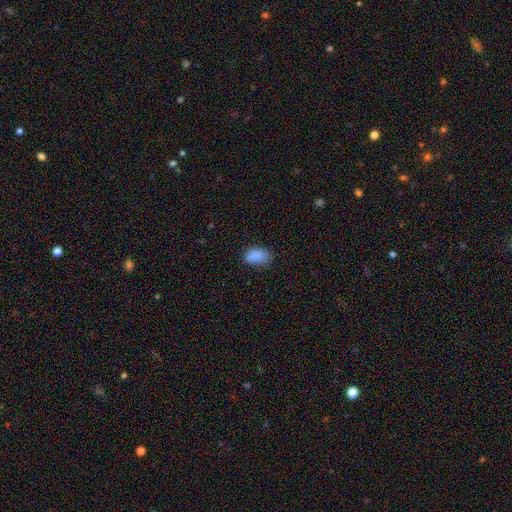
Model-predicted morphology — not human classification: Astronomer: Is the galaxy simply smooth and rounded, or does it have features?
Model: smooth — 86%.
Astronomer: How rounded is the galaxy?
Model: in between — 91%.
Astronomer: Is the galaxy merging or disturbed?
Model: none — 62%.